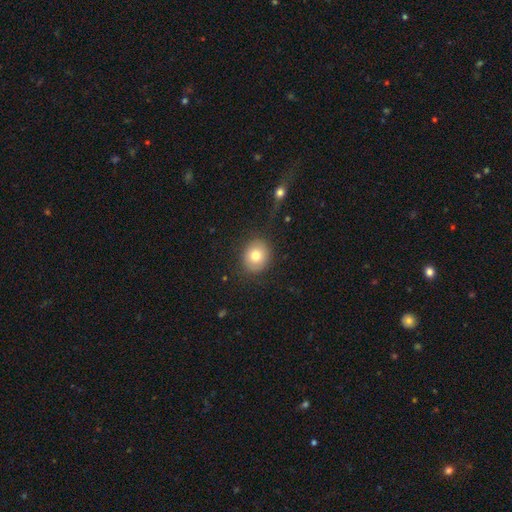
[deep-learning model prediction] Smooth or featured? Predicted: smooth (p=0.77). How rounded? Predicted: round (p=0.71). Merging? Predicted: none (p=0.84).